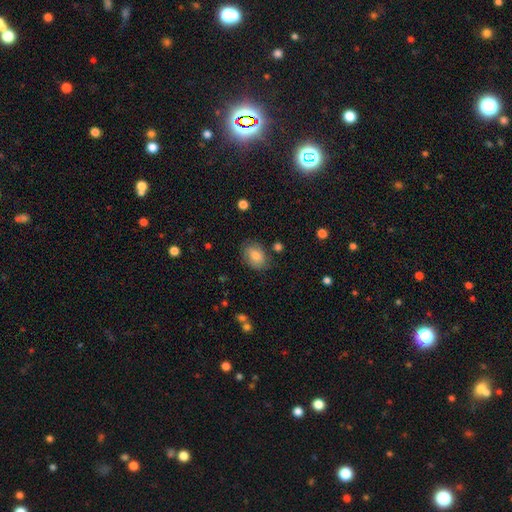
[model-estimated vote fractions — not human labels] smooth_or_featured: smooth (p=0.76) [alt: featured or disk p=0.16]
how_rounded: in between (p=0.73) [alt: round p=0.26]
merging: none (p=0.77) [alt: minor disturbance p=0.16]